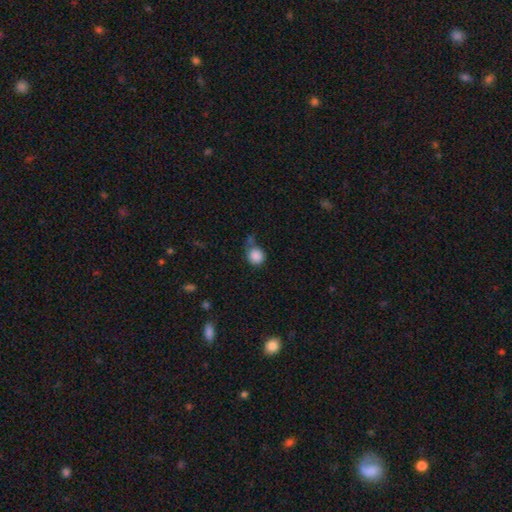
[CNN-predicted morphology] smooth-or-featured: smooth: 87% | star or artifact: 9% | featured or disk: 4%
  how-rounded: round: 89% | in between: 10% | cigar-shaped: 1%
  merging: none: 56% | minor disturbance: 21% | merger: 14% | major disturbance: 9%